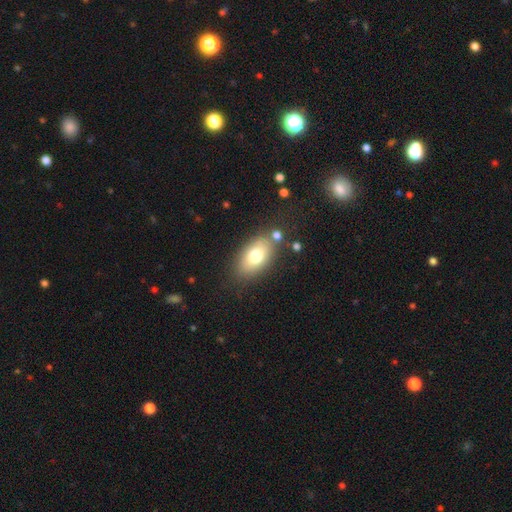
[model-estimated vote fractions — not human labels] A smooth galaxy with no disk features (74%) that is in between round and cigar-shaped (88%). Merging: none (75%).